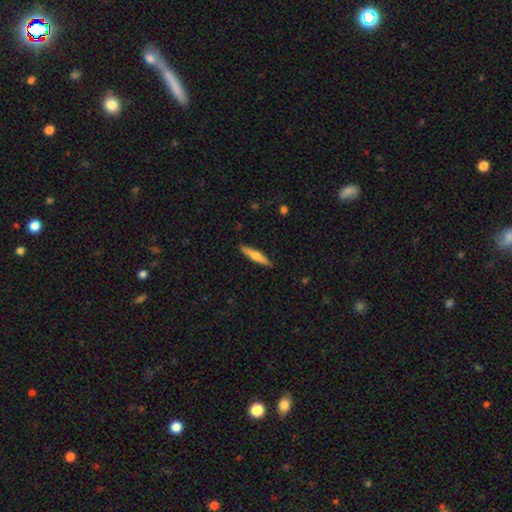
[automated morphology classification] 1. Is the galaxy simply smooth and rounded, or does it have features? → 54% smooth, 40% featured or disk, 5% star or artifact.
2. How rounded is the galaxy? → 89% cigar-shaped, 9% in between, 2% round.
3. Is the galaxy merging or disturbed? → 90% none, 7% minor disturbance, 1% major disturbance, 1% merger.